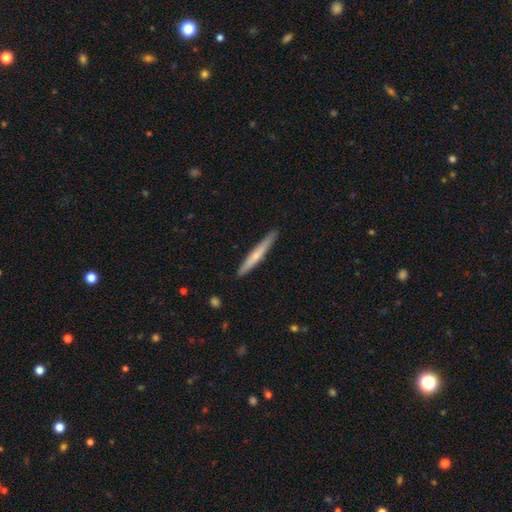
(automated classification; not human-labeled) Overall: smooth (59%; featured or disk 36%). How rounded: cigar-shaped (96%). Merging: none (90%).